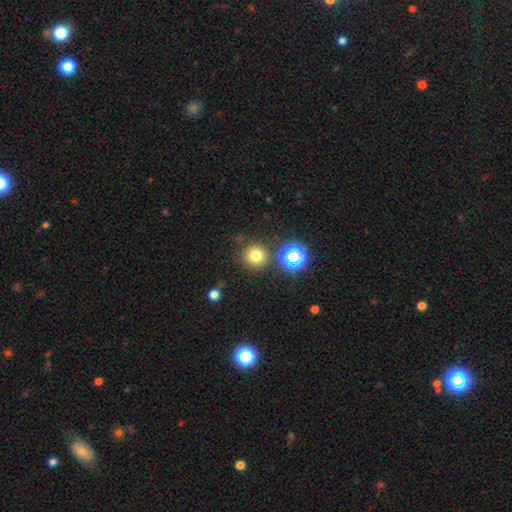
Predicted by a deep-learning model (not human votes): Smooth or featured? smooth (72%)
How rounded? round (94%)
Merging? none (82%)